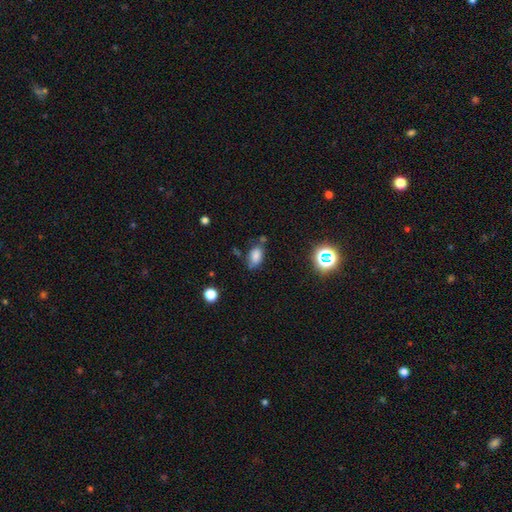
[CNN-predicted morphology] The model was most divided on "merging": none: 65%, minor disturbance: 22%, merger: 7%, major disturbance: 6%. More confident: how rounded — in between (89%); smooth or featured — smooth (79%).